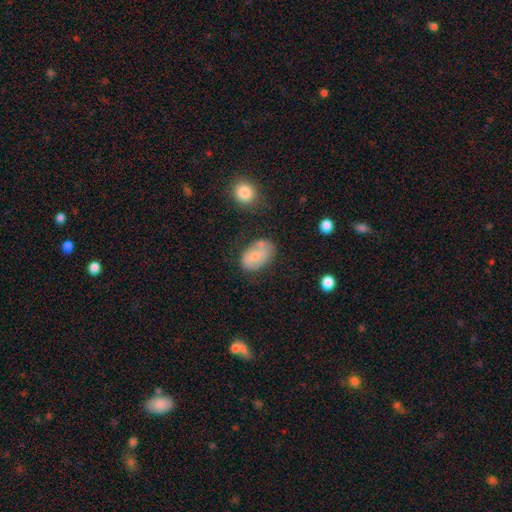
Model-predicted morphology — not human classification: This is likely a smooth galaxy (62%). How rounded: clearly in between (87%). Merging: possibly none (57%).